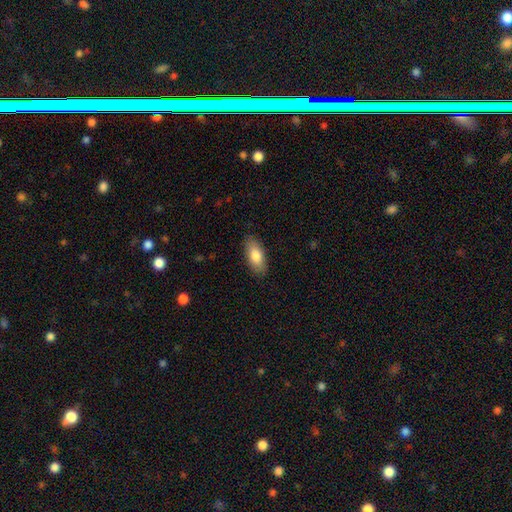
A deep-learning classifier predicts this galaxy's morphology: This appears to be a smooth galaxy with no disk features (81%) that is in between round and cigar-shaped (87%). Merging: none (86%).